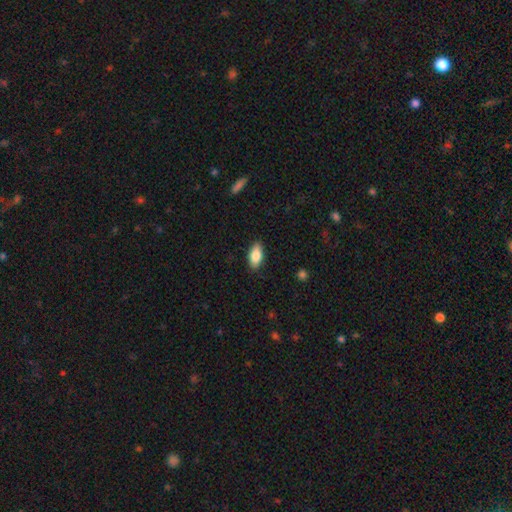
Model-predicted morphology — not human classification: Smooth or featured? smooth (83%)
How rounded? in between (90%)
Merging? none (86%)